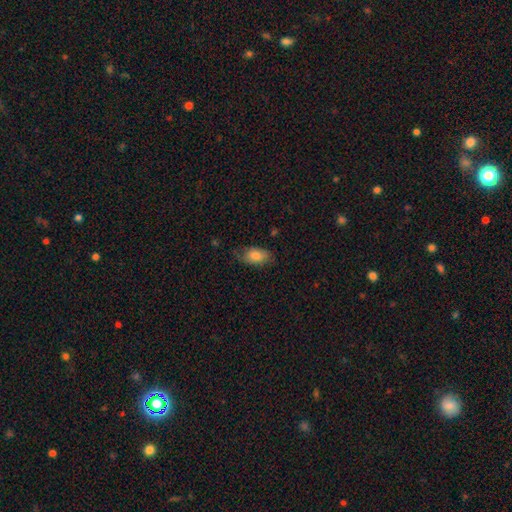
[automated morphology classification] Smooth or featured? smooth (80%)
How rounded? in between (91%)
Merging? none (69%)